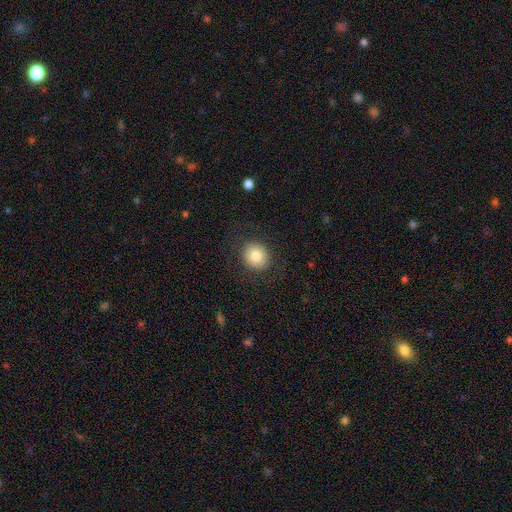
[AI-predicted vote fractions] Smooth or featured?
  - smooth: 81% *
  - featured or disk: 10%
  - star or artifact: 9%
How rounded?
  - round: 83% *
  - in between: 16%
  - cigar-shaped: 1%
Merging?
  - none: 86% *
  - minor disturbance: 9%
  - major disturbance: 5%
  - merger: 1%